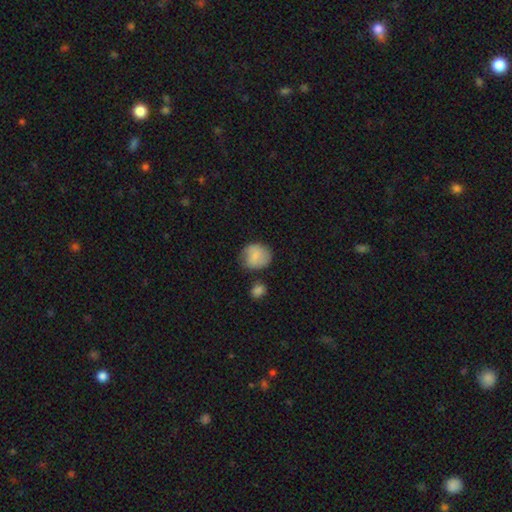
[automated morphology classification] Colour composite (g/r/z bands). It shows a smooth galaxy with no disk features (79%) that is round (71%). Merging: none (67%).